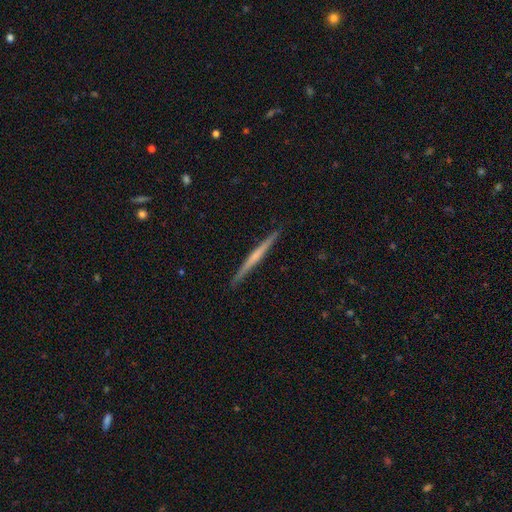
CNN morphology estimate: This appears to be a featured or disk galaxy (61%) viewed edge-on (98%) with no central bulge (65%). Merging: none (92%).